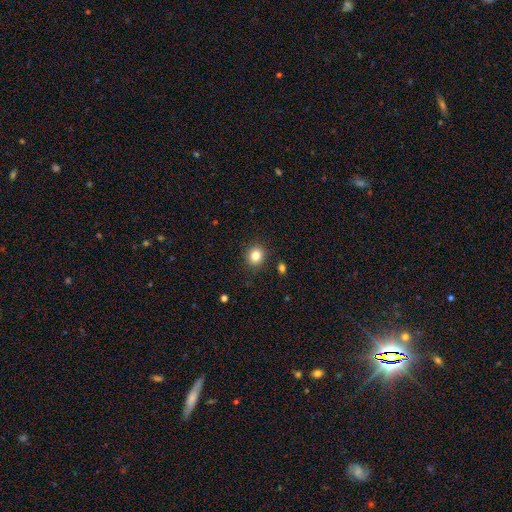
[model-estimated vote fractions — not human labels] Smooth or featured?
  - smooth: 82% *
  - star or artifact: 11%
  - featured or disk: 6%
How rounded?
  - round: 79% *
  - in between: 20%
  - cigar-shaped: 1%
Merging?
  - none: 89% *
  - minor disturbance: 7%
  - major disturbance: 2%
  - merger: 2%